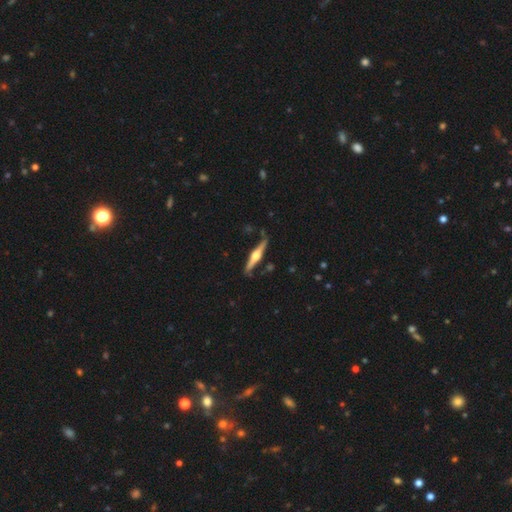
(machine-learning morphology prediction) A featured or disk galaxy (76%) viewed edge-on (98%) with a rounded central bulge (95%). Merging: none (84%).